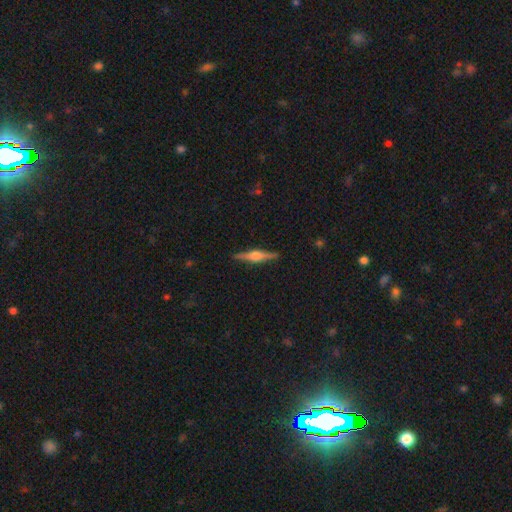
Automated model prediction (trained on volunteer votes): Smooth or featured: featured or disk — 76% (smooth — 18%)
Edge-on disk: yes — 98% (no — 2%)
Edge-on bulge: rounded — 86% (boxy — 11%)
Merging: none — 90% (minor disturbance — 7%)